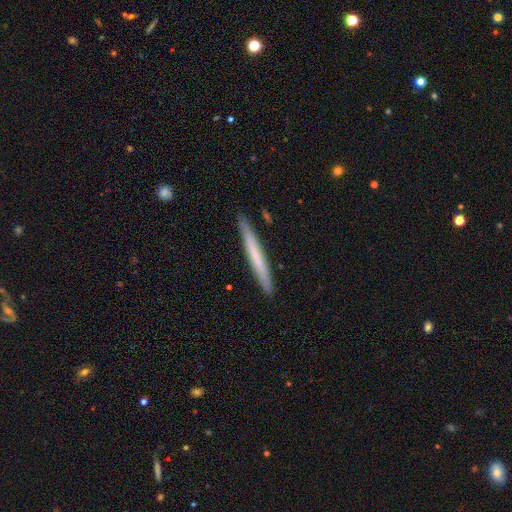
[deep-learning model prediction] Smooth or featured? Predicted: smooth (p=0.59). How rounded? Predicted: cigar-shaped (p=0.97). Merging? Predicted: none (p=0.90).